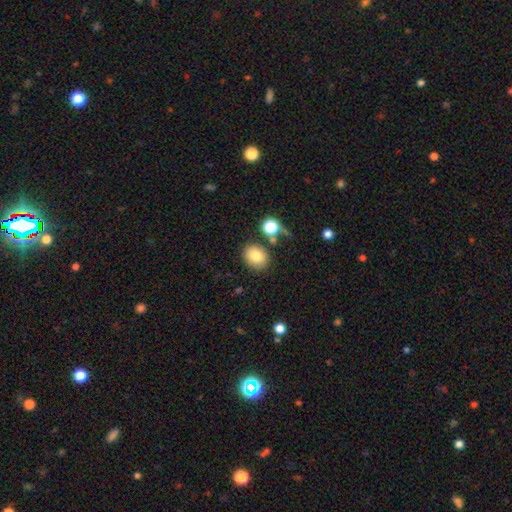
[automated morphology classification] Overall: smooth (81%). How rounded: round (57%; in between 42%). Merging: none (77%).